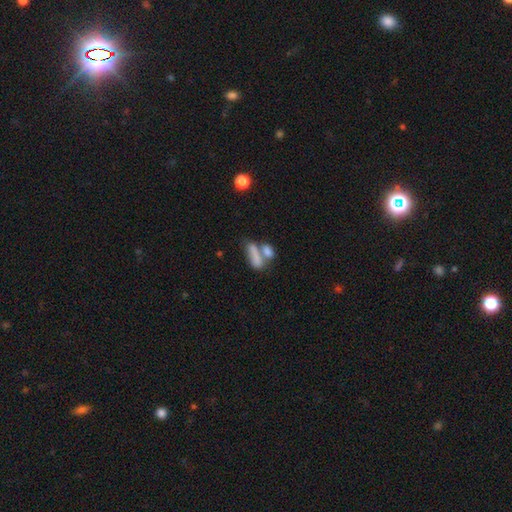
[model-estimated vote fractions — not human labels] Overall: smooth (76%). How rounded: in between (66%; cigar-shaped 26%). Merging: merger (56%; none 27%).